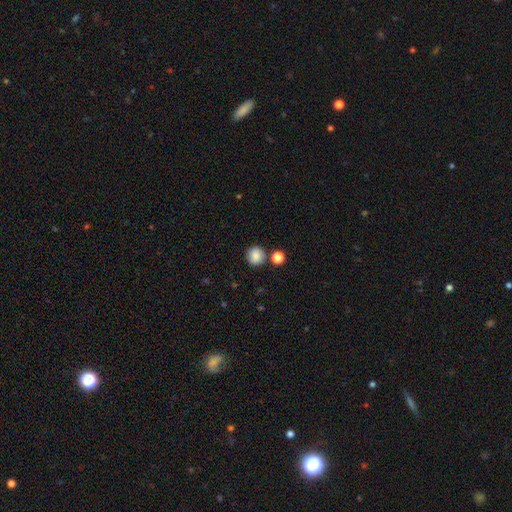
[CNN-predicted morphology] smooth-or-featured: smooth: 85% | star or artifact: 10% | featured or disk: 6%
  how-rounded: round: 89% | in between: 10% | cigar-shaped: 1%
  merging: none: 79% | minor disturbance: 9% | merger: 9% | major disturbance: 3%